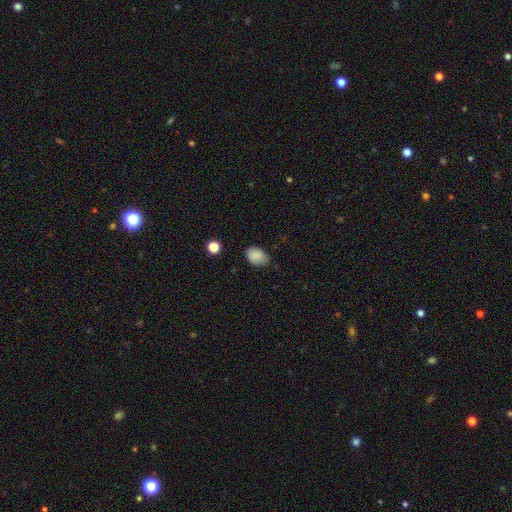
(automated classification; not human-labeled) Smooth or featured: smooth — 87% (star or artifact — 9%)
How rounded: in between — 76% (round — 23%)
Merging: none — 74% (minor disturbance — 22%)